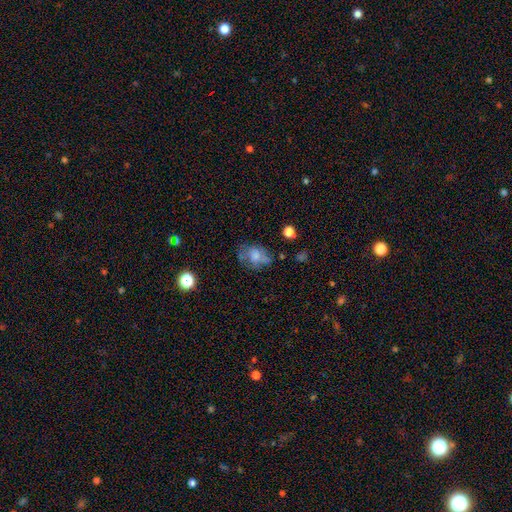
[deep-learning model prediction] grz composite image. It shows a smooth galaxy with no disk features (48%). Merging: none (54%).